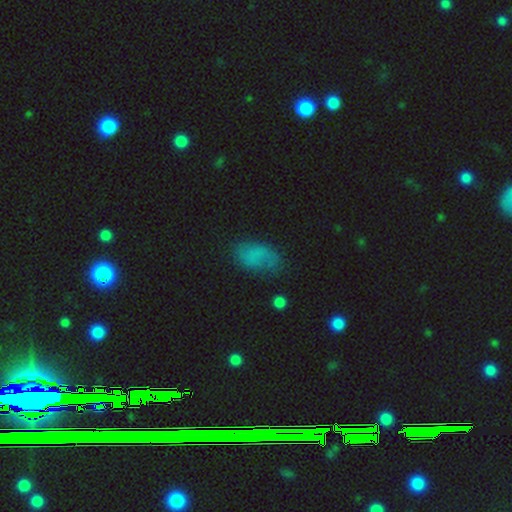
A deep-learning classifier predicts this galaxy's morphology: smooth_or_featured: smooth (p=0.69) [alt: featured or disk p=0.18]
how_rounded: in between (p=0.91) [alt: round p=0.07]
merging: none (p=0.56) [alt: minor disturbance p=0.28]